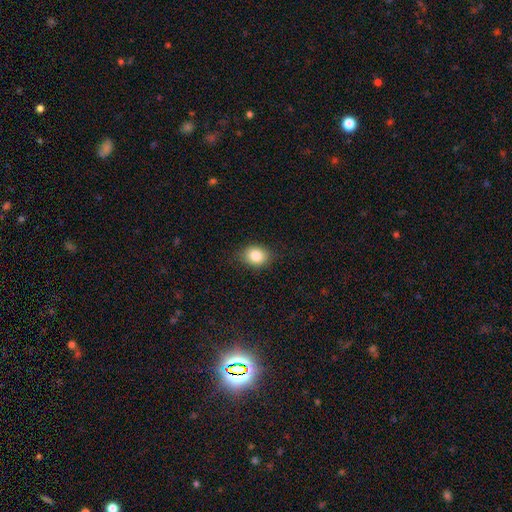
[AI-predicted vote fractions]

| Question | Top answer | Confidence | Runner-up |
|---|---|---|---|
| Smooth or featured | smooth | 84% | star or artifact (9%) |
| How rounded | in between | 50% | round (49%) |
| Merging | none | 84% | minor disturbance (12%) |